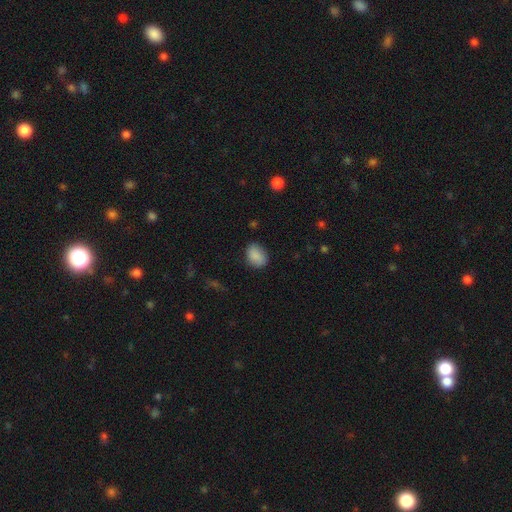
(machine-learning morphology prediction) smooth-or-featured: smooth: 88% | star or artifact: 8% | featured or disk: 5%
  how-rounded: in between: 73% | round: 26% | cigar-shaped: 1%
  merging: none: 79% | minor disturbance: 16% | major disturbance: 3% | merger: 1%